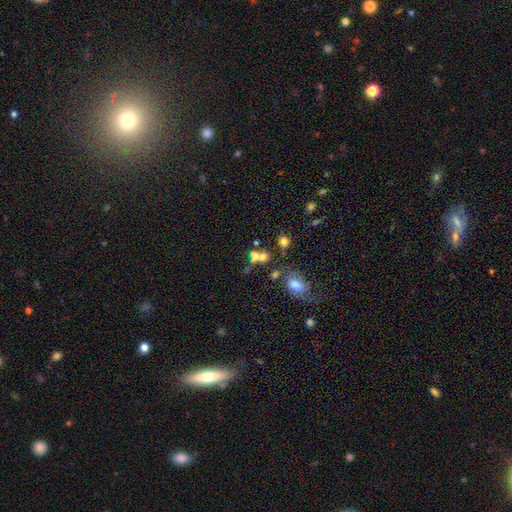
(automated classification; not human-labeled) smooth 60%, star or artifact 21%, featured or disk 20%. Down the decision tree: how rounded — round (58%); merging — merger (53%).